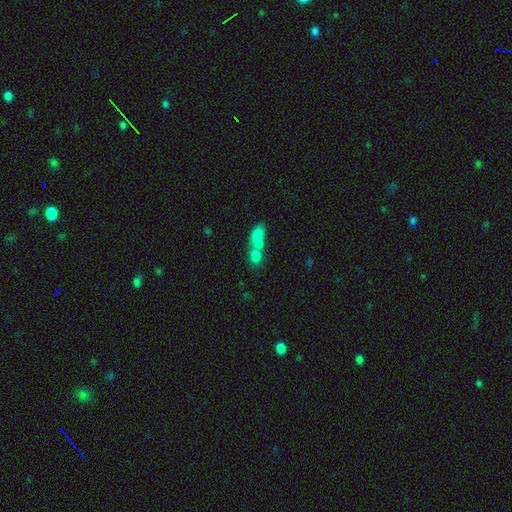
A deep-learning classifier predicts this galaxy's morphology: A smooth galaxy with no disk features (70%) that is in between round and cigar-shaped (57%).

Vote fractions:
- Smooth or featured? smooth: 70% / featured or disk: 19% / star or artifact: 11%
- How rounded? in between: 57% / round: 35% / cigar-shaped: 8%
- Merging? merger: 71% / none: 19% / minor disturbance: 6% / major disturbance: 5%